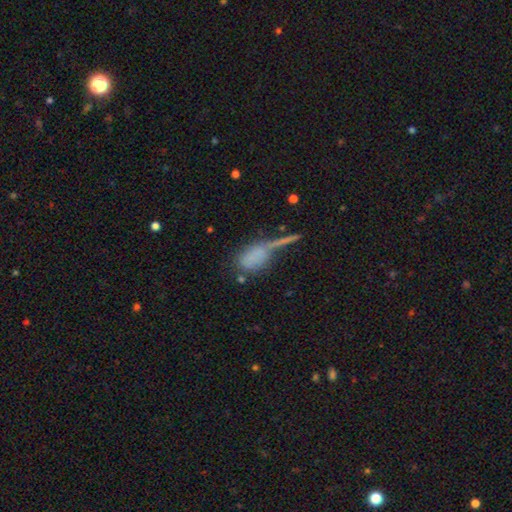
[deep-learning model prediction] Smooth or featured: smooth — 63% (featured or disk — 23%)
How rounded: in between — 72% (round — 14%)
Merging: none — 31% (merger — 27%)